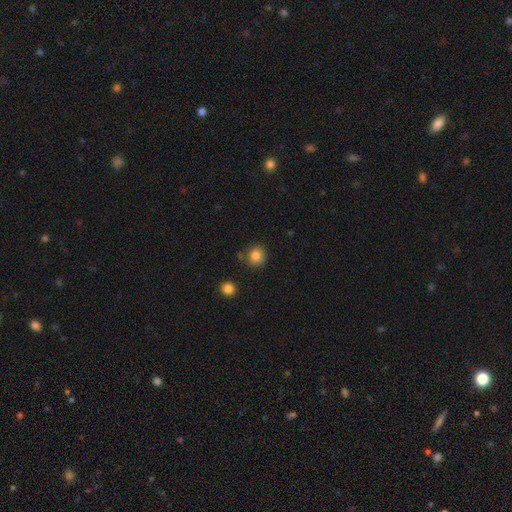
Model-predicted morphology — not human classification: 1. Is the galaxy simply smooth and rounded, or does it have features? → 85% smooth, 11% star or artifact, 5% featured or disk.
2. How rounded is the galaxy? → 90% round, 10% in between, 1% cigar-shaped.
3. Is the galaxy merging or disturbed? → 81% none, 10% minor disturbance, 6% merger, 3% major disturbance.